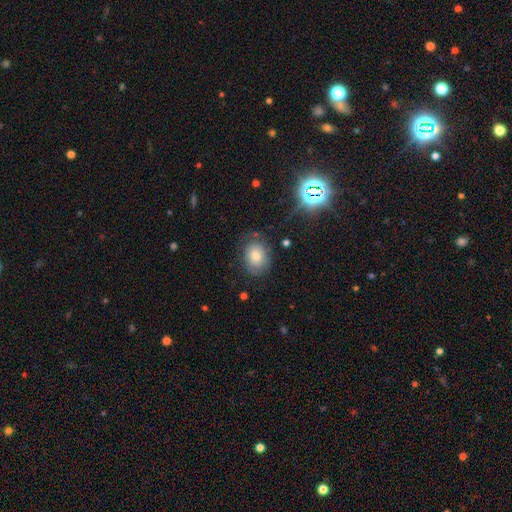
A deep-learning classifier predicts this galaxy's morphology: Smooth or featured? Predicted: smooth (p=0.59). How rounded? Predicted: in between (p=0.66). Merging? Predicted: none (p=0.70).